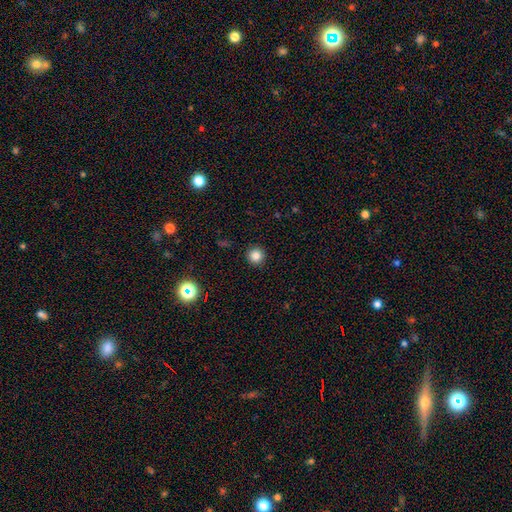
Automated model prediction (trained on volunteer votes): smooth 83%, star or artifact 13%, featured or disk 5%. Down the decision tree: how rounded — round (95%); merging — none (92%).